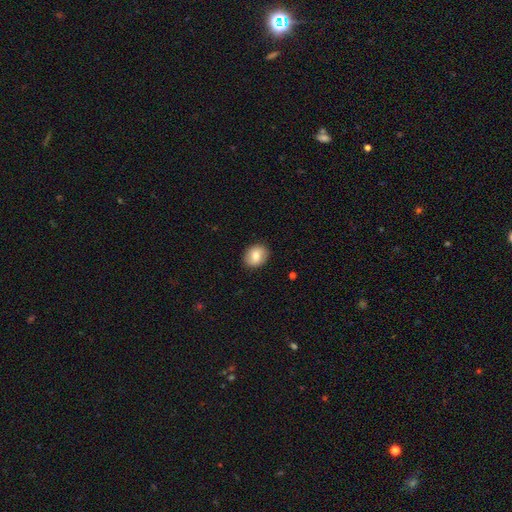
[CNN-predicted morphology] smooth_or_featured: smooth (p=0.78) [alt: featured or disk p=0.14]
how_rounded: round (p=0.53) [alt: in between p=0.46]
merging: none (p=0.90) [alt: minor disturbance p=0.07]